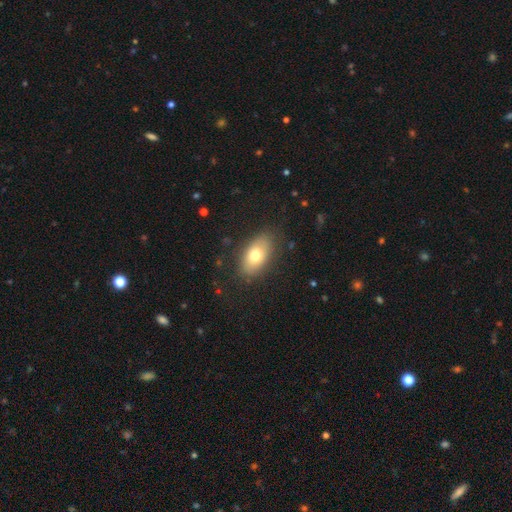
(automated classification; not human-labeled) smooth-or-featured: smooth: 71% | featured or disk: 20% | star or artifact: 8%
  how-rounded: in between: 89% | round: 8% | cigar-shaped: 4%
  merging: none: 81% | minor disturbance: 13% | major disturbance: 4% | merger: 1%